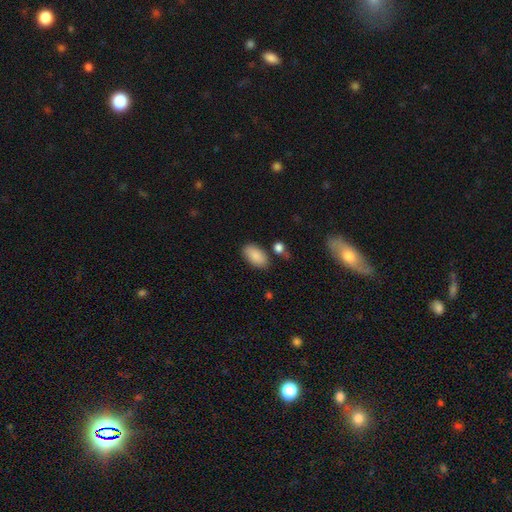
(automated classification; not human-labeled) Q: Smooth or featured?
A: smooth (88%); runner-up: star or artifact (7%)
Q: How rounded?
A: in between (94%); runner-up: round (4%)
Q: Merging?
A: none (79%); runner-up: minor disturbance (13%)